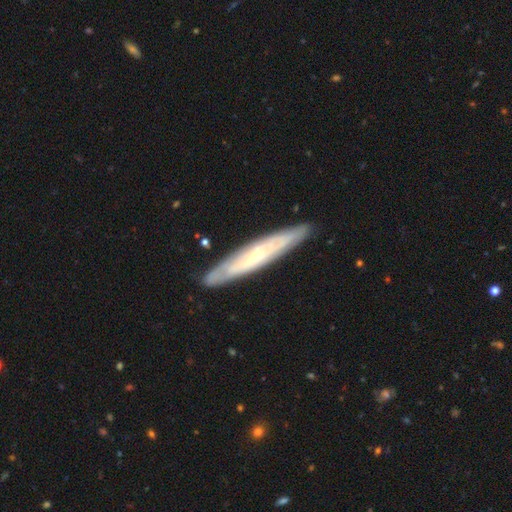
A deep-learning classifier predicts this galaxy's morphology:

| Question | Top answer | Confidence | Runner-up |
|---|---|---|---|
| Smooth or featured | featured or disk | 69% | smooth (25%) |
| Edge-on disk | yes | 62% | no (38%) |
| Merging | none | 88% | minor disturbance (10%) |